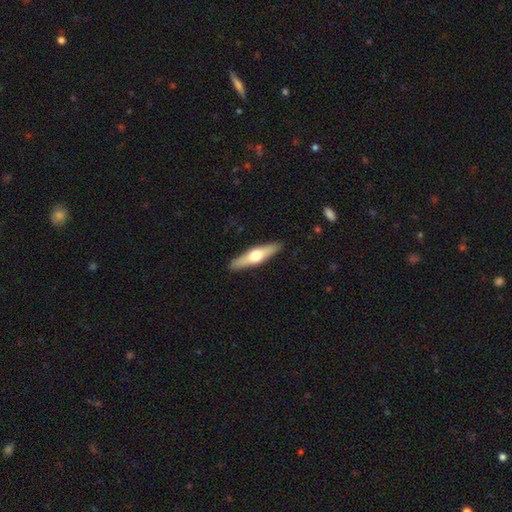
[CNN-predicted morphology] Smooth or featured? Predicted: featured or disk (p=0.54). Edge-on disk? Predicted: yes (p=0.94). Edge-on bulge? Predicted: rounded (p=0.95). Merging? Predicted: none (p=0.90).